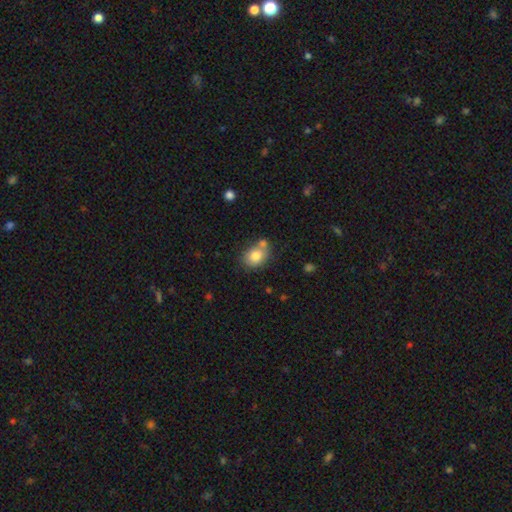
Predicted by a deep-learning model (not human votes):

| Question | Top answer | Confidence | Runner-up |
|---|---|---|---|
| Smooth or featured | smooth | 80% | featured or disk (11%) |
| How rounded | in between | 55% | round (44%) |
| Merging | none | 56% | merger (24%) |